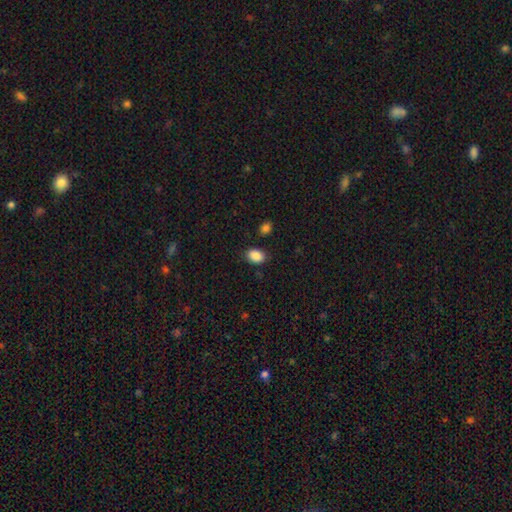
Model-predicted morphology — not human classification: Smooth or featured? smooth (88%)
How rounded? in between (78%)
Merging? none (82%)